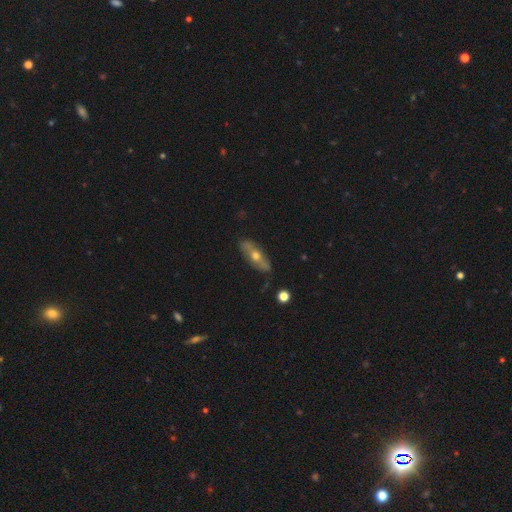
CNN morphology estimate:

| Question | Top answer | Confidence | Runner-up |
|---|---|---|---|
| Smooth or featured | featured or disk | 57% | smooth (36%) |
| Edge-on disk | yes | 51% | no (49%) |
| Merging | none | 80% | minor disturbance (15%) |